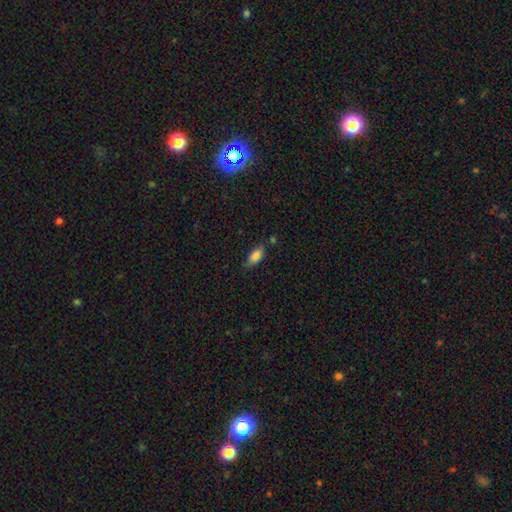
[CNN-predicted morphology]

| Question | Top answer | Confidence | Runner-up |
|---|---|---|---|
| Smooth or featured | smooth | 83% | featured or disk (9%) |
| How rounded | in between | 85% | cigar-shaped (12%) |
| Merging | none | 67% | minor disturbance (24%) |